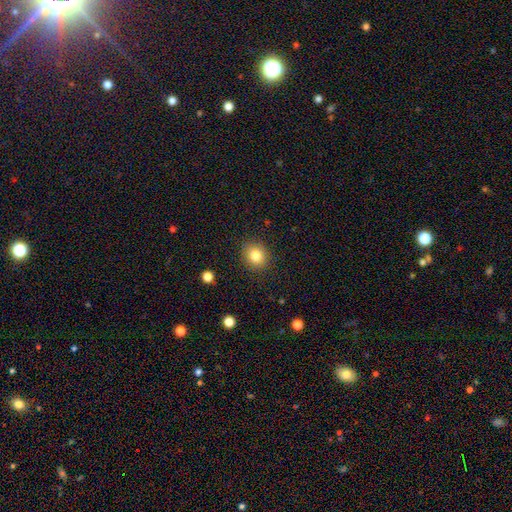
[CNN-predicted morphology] Smooth or featured? smooth (83%)
How rounded? round (71%)
Merging? none (88%)